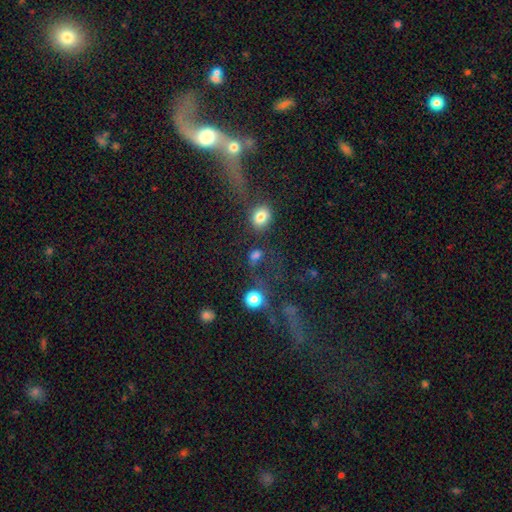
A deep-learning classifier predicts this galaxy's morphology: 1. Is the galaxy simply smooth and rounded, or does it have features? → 71% smooth, 19% star or artifact, 10% featured or disk.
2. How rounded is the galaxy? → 55% round, 43% in between, 3% cigar-shaped.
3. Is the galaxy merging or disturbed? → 52% none, 17% major disturbance, 16% minor disturbance, 15% merger.